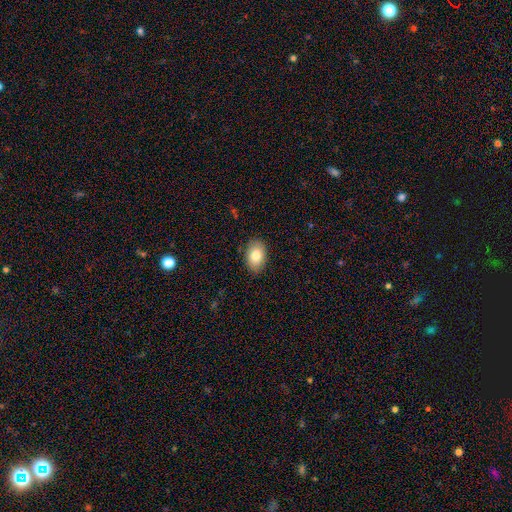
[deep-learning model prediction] A smooth galaxy with no disk features (81%) that is in between round and cigar-shaped (87%). Merging: none (87%).